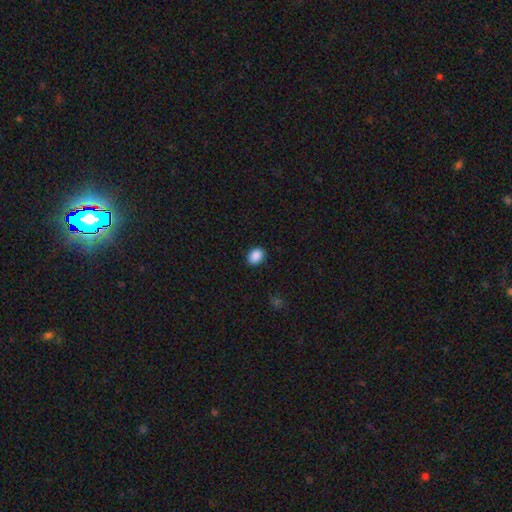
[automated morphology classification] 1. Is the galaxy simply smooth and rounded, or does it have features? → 89% smooth, 8% star or artifact, 3% featured or disk.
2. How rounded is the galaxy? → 68% in between, 31% round, 1% cigar-shaped.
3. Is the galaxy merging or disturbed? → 89% none, 8% minor disturbance, 2% major disturbance, 1% merger.